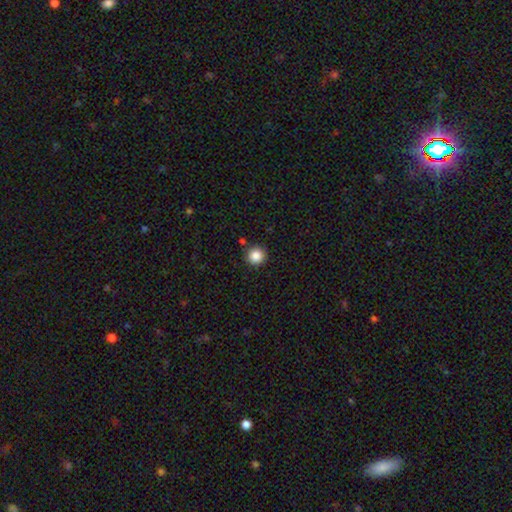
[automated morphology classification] type=smooth (86%); roundness=round (95%); merging=none (88%).